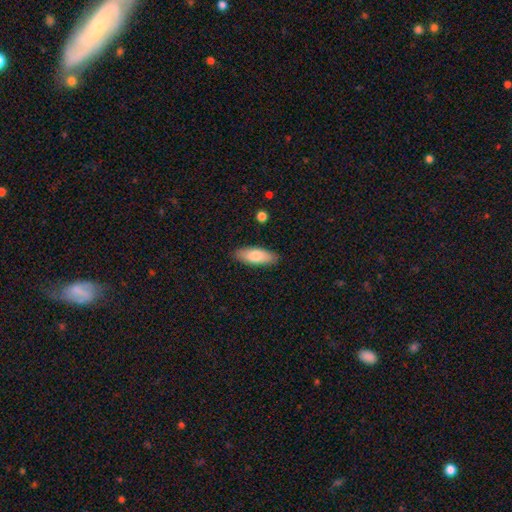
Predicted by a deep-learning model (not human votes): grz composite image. It shows a smooth galaxy with no disk features (78%) that is in between round and cigar-shaped (71%). Merging: none (88%).